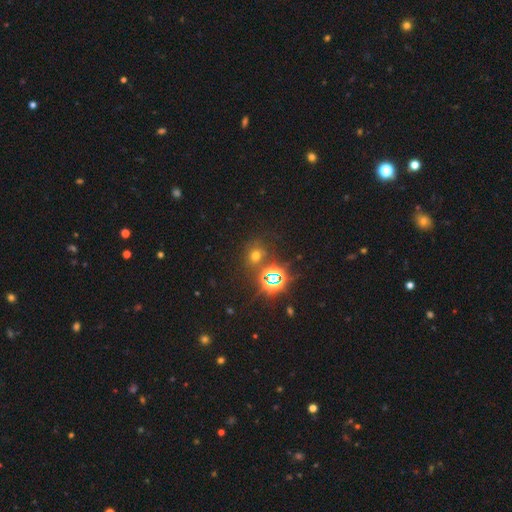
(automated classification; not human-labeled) Smooth or featured: smooth — 48% (star or artifact — 44%)
Merging: none — 74% (minor disturbance — 11%)